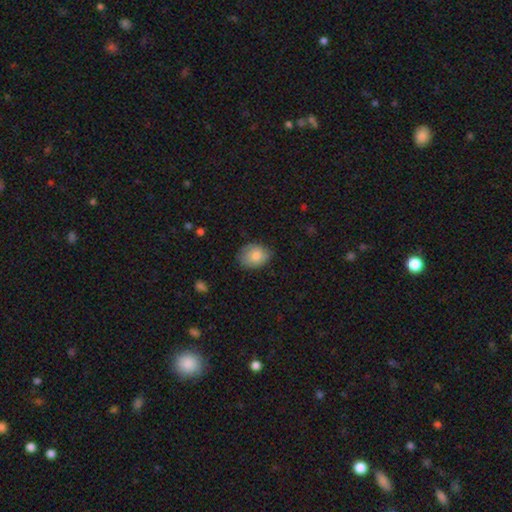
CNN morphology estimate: smooth_or_featured: smooth (p=0.79) [alt: featured or disk p=0.14]
how_rounded: in between (p=0.65) [alt: round p=0.34]
merging: none (p=0.69) [alt: minor disturbance p=0.25]